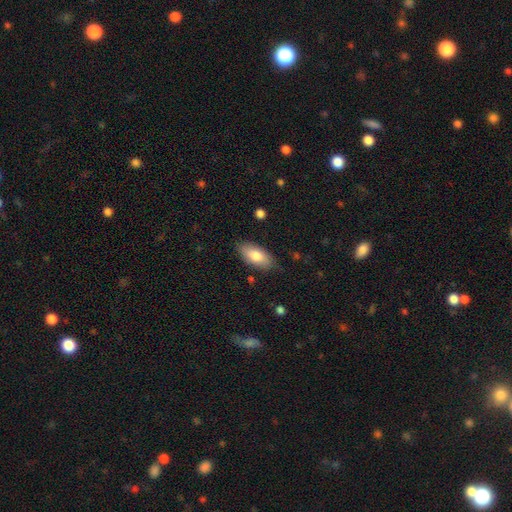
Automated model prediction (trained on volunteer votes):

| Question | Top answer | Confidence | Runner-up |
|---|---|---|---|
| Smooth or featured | smooth | 79% | featured or disk (15%) |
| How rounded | in between | 90% | cigar-shaped (8%) |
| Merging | none | 83% | minor disturbance (13%) |